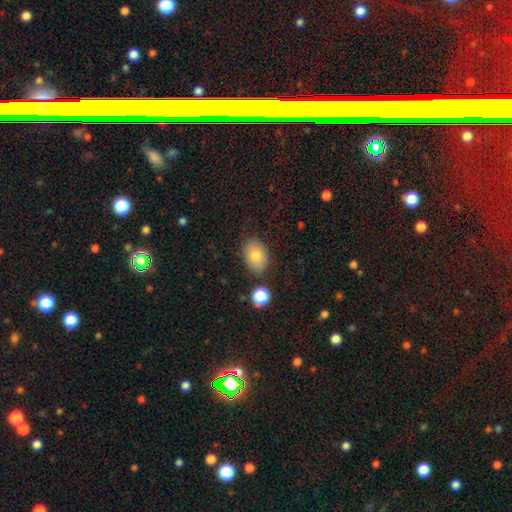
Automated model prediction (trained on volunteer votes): A smooth galaxy with no disk features (79%) that is in between round and cigar-shaped (83%). Merging: none (80%).